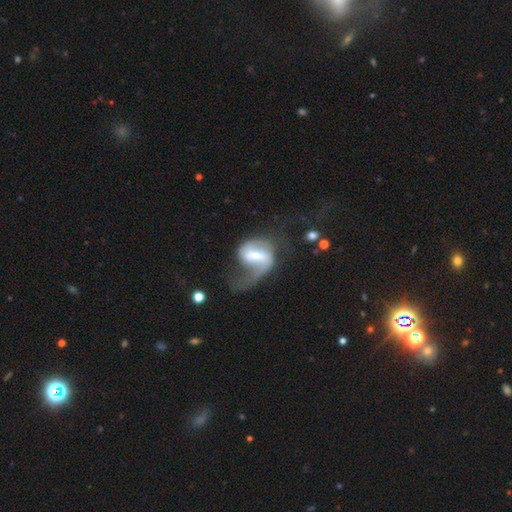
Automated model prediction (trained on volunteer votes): smooth-or-featured: featured or disk: 70% | smooth: 23% | star or artifact: 6%
  disk-edge-on: no: 96% | yes: 4%
    bar: strong: 47% | weak: 39% | no: 14%
    has-spiral-arms: yes: 84% | no: 16%
      spiral-winding: loose: 60% | medium: 31% | tight: 10%
      spiral-arm-count: 2: 50% | 1: 42% | can't tell: 6% | 3: 1% | 4: 1% | more than 4: 1%
    bulge-size: moderate: 37% | small: 29% | large: 17% | none: 13% | dominant: 4%
  merging: major disturbance: 52% | none: 28% | minor disturbance: 16% | merger: 5%